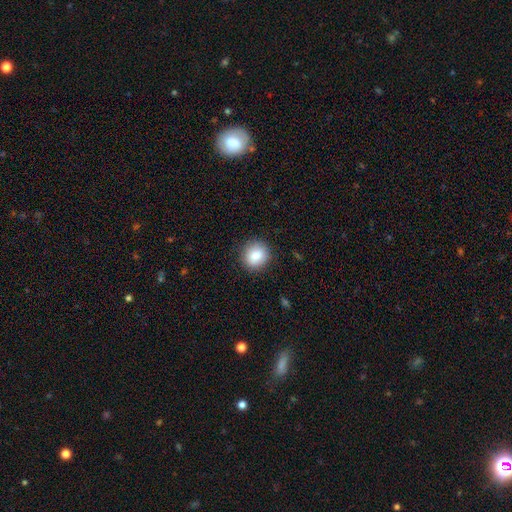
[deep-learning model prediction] This appears to be a smooth galaxy with no disk features (84%) that is round (87%). Merging: none (89%).